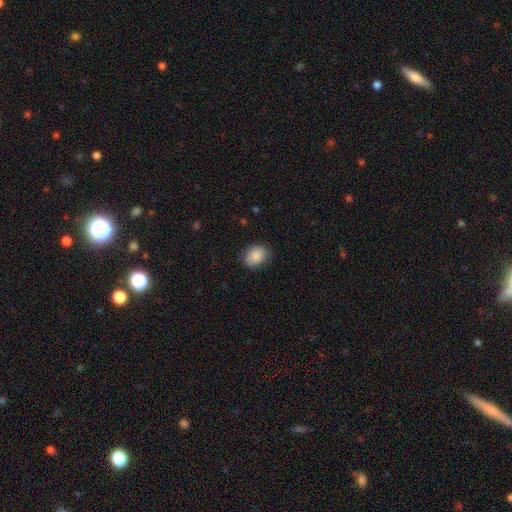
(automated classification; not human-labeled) Q: Smooth or featured?
A: smooth (86%); runner-up: star or artifact (8%)
Q: How rounded?
A: in between (60%); runner-up: round (39%)
Q: Merging?
A: none (82%); runner-up: minor disturbance (14%)